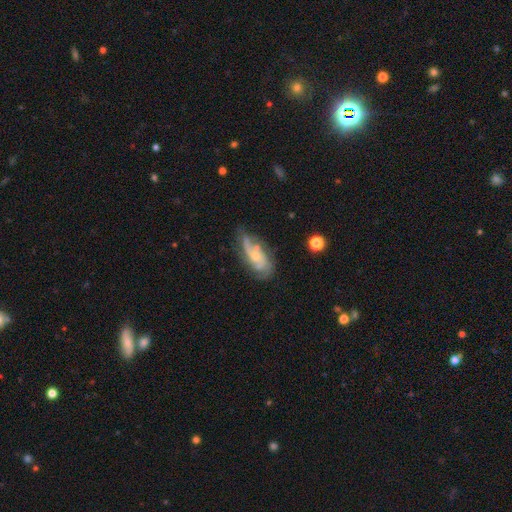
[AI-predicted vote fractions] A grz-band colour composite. It shows a featured or disk galaxy (78%) with no bar (62%), 2 (50%) medium (45%) spiral arms (92%) and a small central bulge (53%). Merging: none (60%).